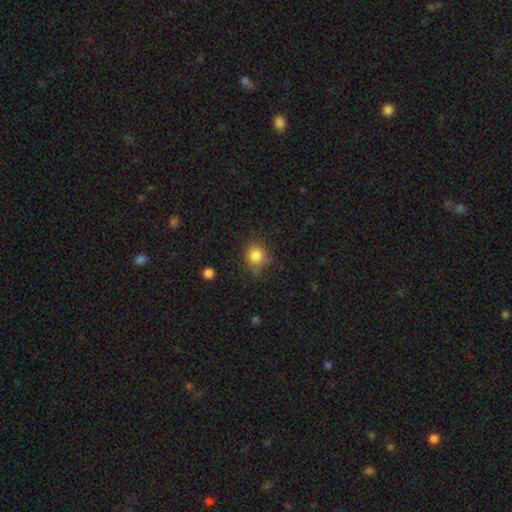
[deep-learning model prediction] Smooth or featured? smooth (82%)
How rounded? round (80%)
Merging? none (67%)